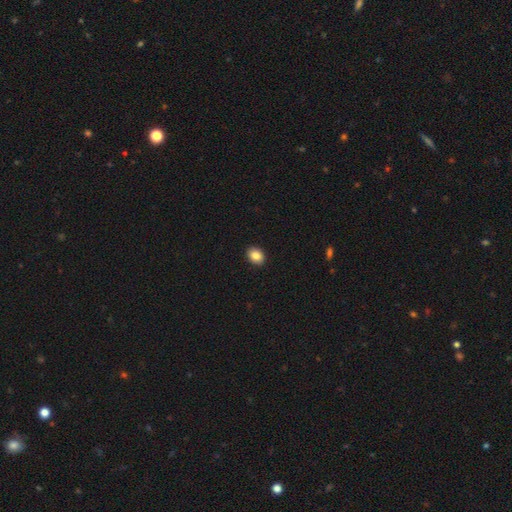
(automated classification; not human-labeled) Overall: smooth (86%). How rounded: in between (63%; round 36%). Merging: none (92%).